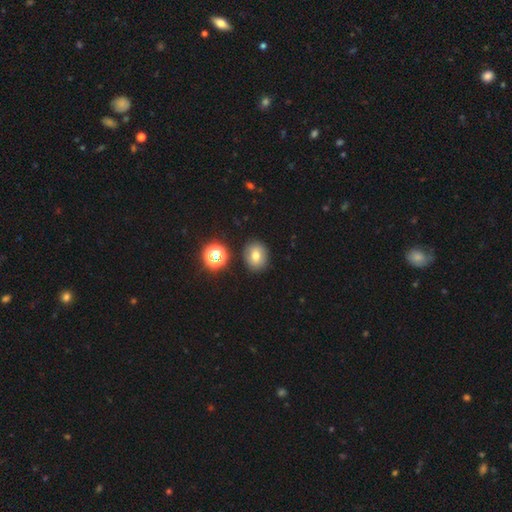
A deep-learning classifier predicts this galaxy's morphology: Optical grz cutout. It shows a smooth galaxy with no disk features (70%) that is round (64%). Merging: none (86%).